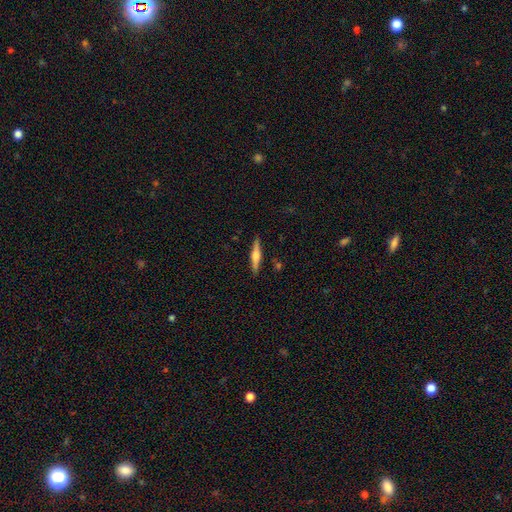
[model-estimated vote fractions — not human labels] Overall: featured or disk (64%; smooth 30%). Edge-on disk: yes (98%). Edge-on bulge: rounded (82%). Merging: none (90%).